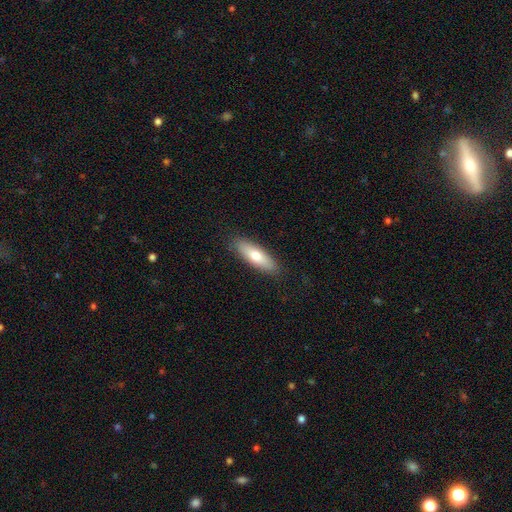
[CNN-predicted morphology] Overall: smooth (70%). How rounded: in between (50%; cigar-shaped 48%). Merging: none (88%).